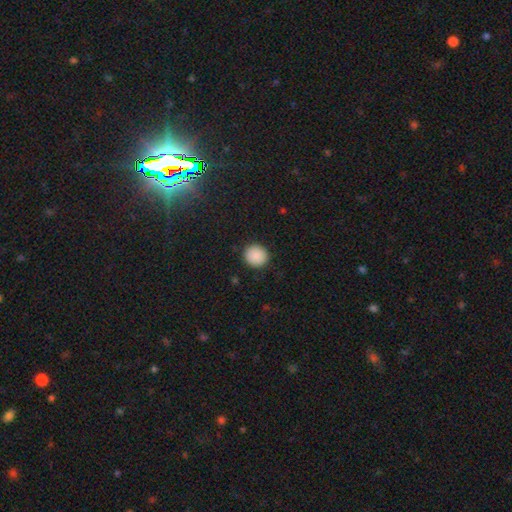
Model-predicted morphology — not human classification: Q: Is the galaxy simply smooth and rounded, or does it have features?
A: smooth — 89%.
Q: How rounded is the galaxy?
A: round — 93%.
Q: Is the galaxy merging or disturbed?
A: none — 92%.